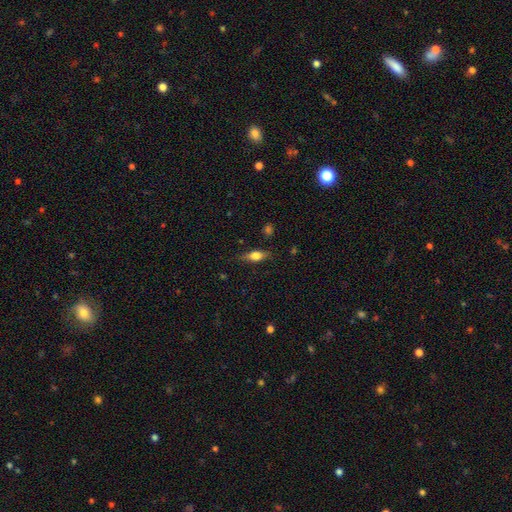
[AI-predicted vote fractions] Smooth or featured: smooth — 59% (featured or disk — 33%)
How rounded: in between — 64% (cigar-shaped — 30%)
Merging: none — 79% (minor disturbance — 16%)